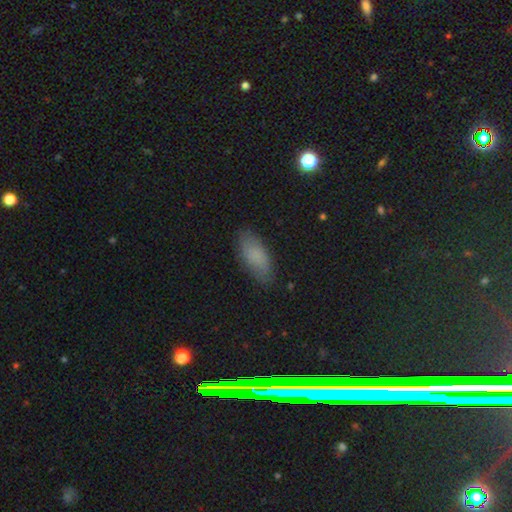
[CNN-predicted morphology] This appears to be a smooth galaxy with no disk features (81%) that is in between round and cigar-shaped (82%). Merging: none (81%).